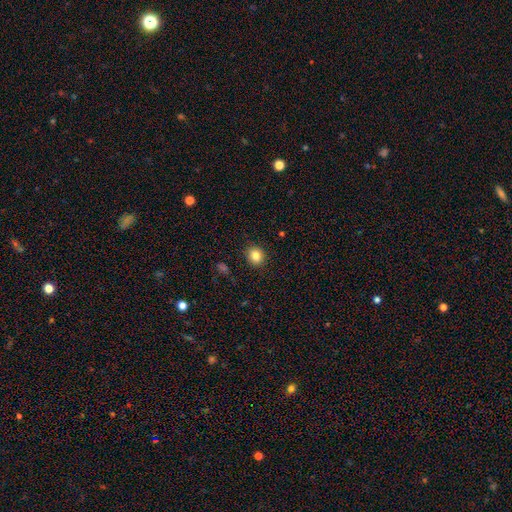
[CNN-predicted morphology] smooth-or-featured: smooth: 84% | star or artifact: 10% | featured or disk: 6%
  how-rounded: round: 75% | in between: 25% | cigar-shaped: 1%
  merging: none: 90% | minor disturbance: 7% | major disturbance: 2% | merger: 1%